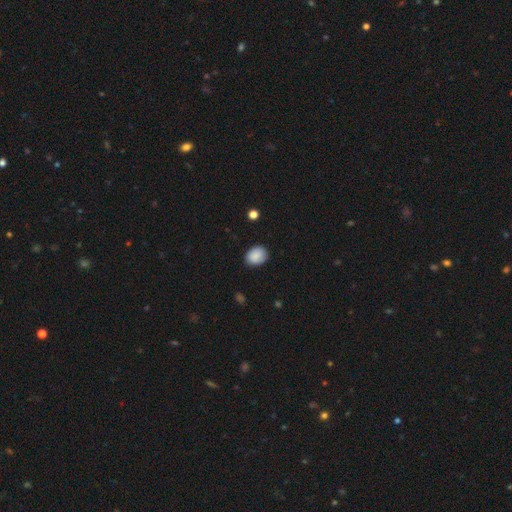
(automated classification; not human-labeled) Q: Smooth or featured?
A: smooth (88%); runner-up: star or artifact (7%)
Q: How rounded?
A: in between (59%); runner-up: round (40%)
Q: Merging?
A: none (83%); runner-up: minor disturbance (14%)